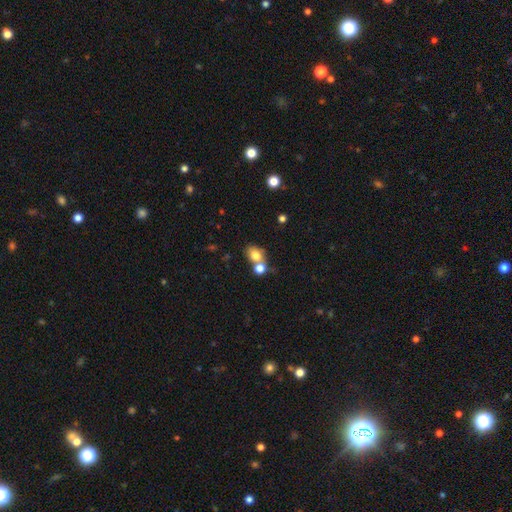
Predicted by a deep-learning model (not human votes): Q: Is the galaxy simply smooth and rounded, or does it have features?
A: smooth — 78%.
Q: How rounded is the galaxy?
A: in between — 51%.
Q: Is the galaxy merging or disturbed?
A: merger — 47%.